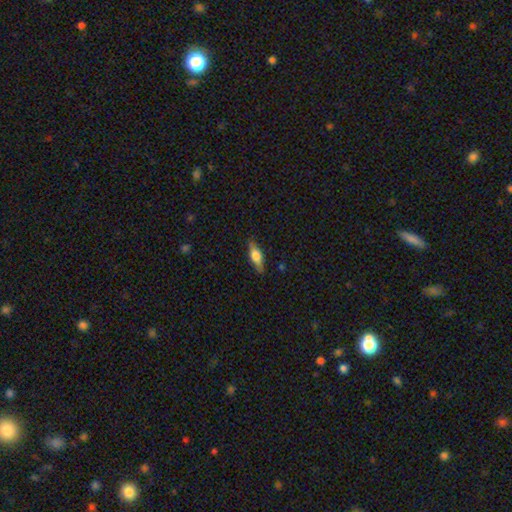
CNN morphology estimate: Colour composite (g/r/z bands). It shows a smooth galaxy with no disk features (50%) that is in between round and cigar-shaped (56%). Merging: none (82%).